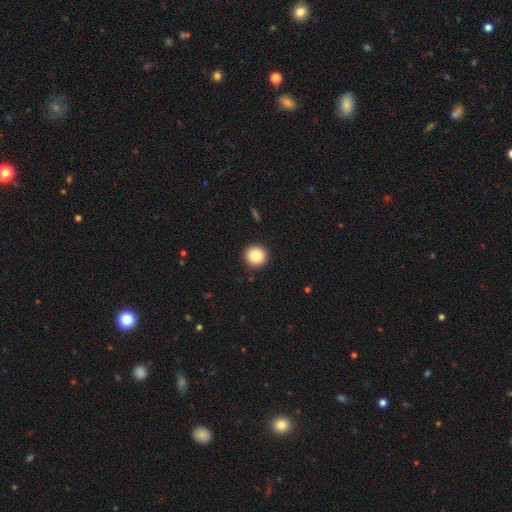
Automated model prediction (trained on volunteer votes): Smooth or featured? smooth (85%)
How rounded? round (95%)
Merging? none (92%)